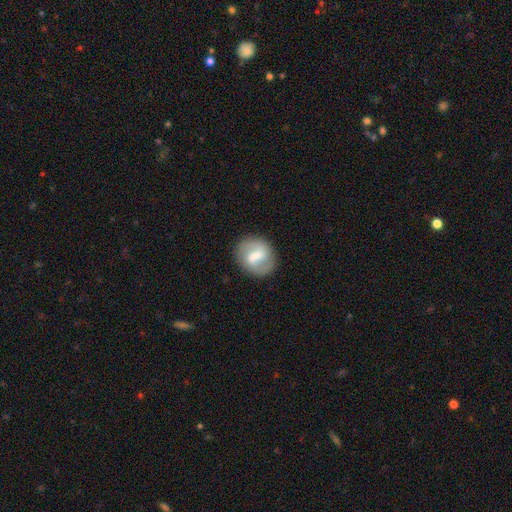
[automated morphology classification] Smooth or featured? featured or disk (58%)
Edge-on disk? no (97%)
Bar? weak (49%)
Spiral arms? yes (74%)
Bulge size? moderate (46%)
Merging? none (83%)